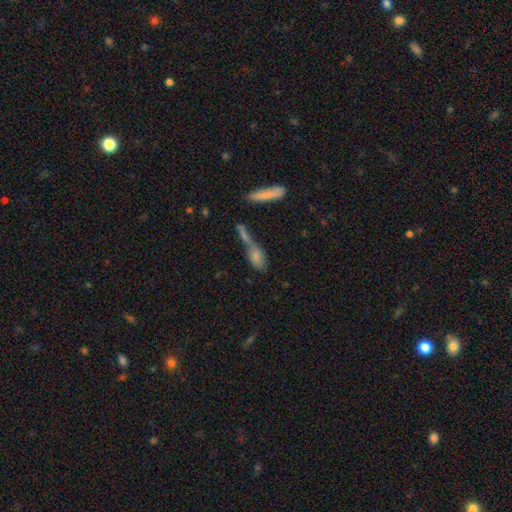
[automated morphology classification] smooth 70%, featured or disk 20%, star or artifact 10%. Down the decision tree: how rounded — in between (69%); merging — merger (59%).